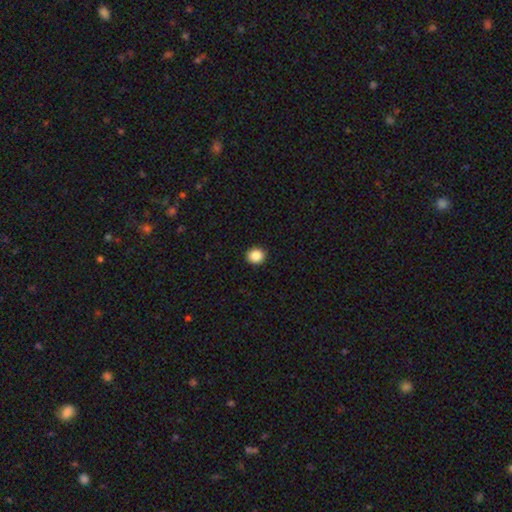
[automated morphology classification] Overall: smooth (87%). How rounded: round (86%). Merging: none (93%).